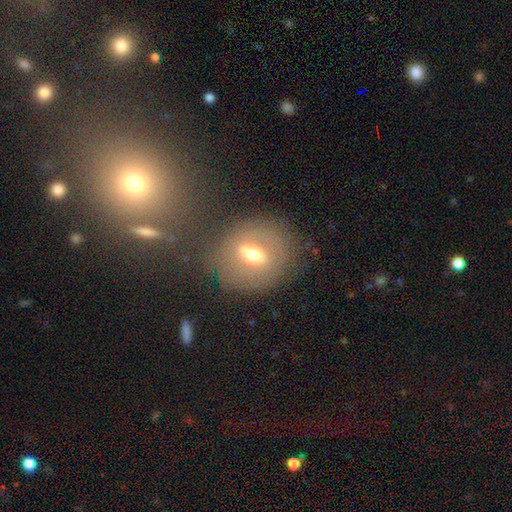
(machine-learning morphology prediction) Smooth or featured?
  - featured or disk: 43% * (tied)
  - smooth: 43% * (tied)
  - star or artifact: 14%
Merging?
  - none: 73% *
  - minor disturbance: 13%
  - merger: 8%
  - major disturbance: 6%